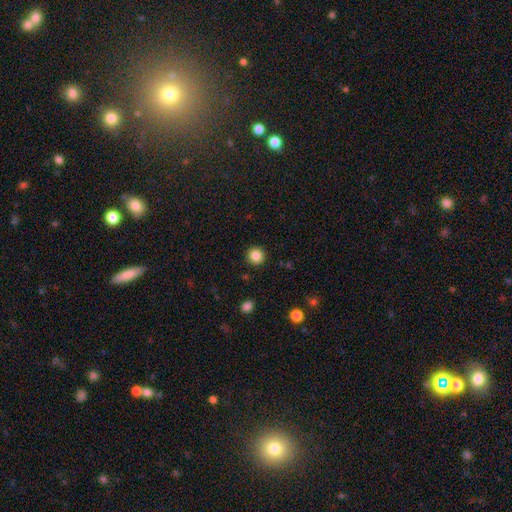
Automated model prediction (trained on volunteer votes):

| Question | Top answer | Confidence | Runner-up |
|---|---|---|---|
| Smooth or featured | smooth | 85% | star or artifact (11%) |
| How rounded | round | 95% | in between (4%) |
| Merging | none | 93% | minor disturbance (5%) |